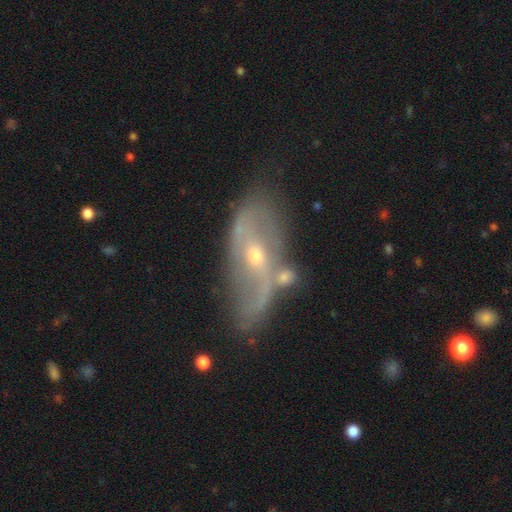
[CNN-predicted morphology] Smooth or featured? featured or disk (79%)
Edge-on disk? no (89%)
Bar? no (41%, tied with weak)
Spiral arms? yes (77%)
Spiral winding? loose (46%)
Spiral arm count? 2 (72%)
Bulge size? small (51%)
Merging? none (57%)